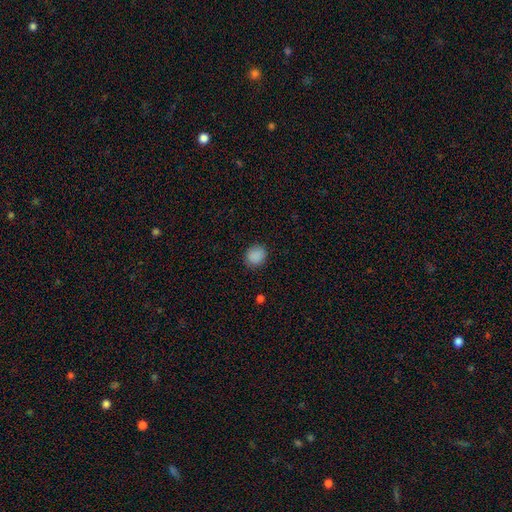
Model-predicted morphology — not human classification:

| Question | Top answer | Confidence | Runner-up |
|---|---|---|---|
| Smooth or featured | smooth | 88% | star or artifact (9%) |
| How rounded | round | 81% | in between (18%) |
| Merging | none | 89% | minor disturbance (8%) |